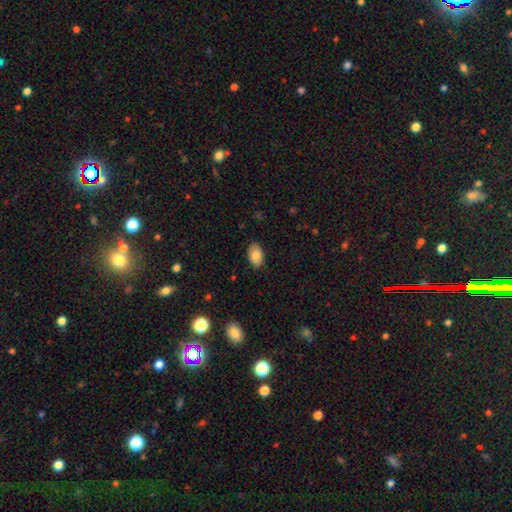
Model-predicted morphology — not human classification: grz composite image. It shows a smooth galaxy with no disk features (84%) that is in between round and cigar-shaped (93%). Merging: none (86%).